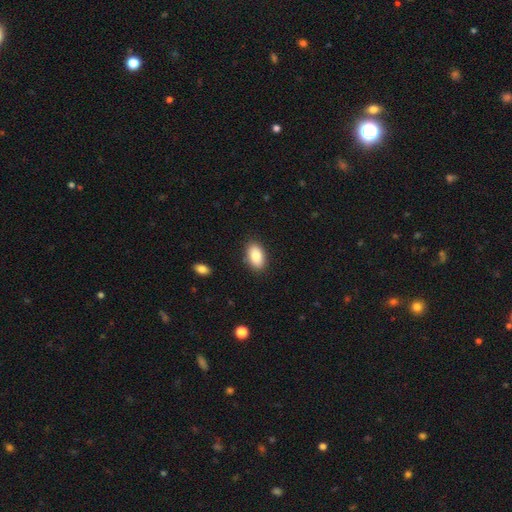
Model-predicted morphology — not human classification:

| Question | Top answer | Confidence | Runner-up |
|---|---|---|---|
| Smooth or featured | smooth | 86% | featured or disk (8%) |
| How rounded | in between | 92% | round (5%) |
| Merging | none | 87% | minor disturbance (9%) |